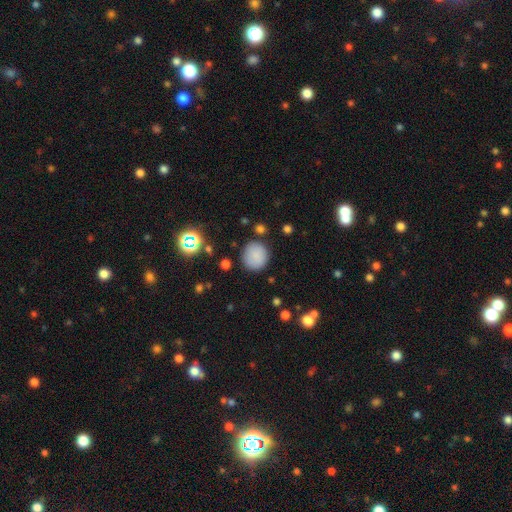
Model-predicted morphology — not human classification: Smooth or featured? smooth (83%)
How rounded? round (88%)
Merging? none (83%)